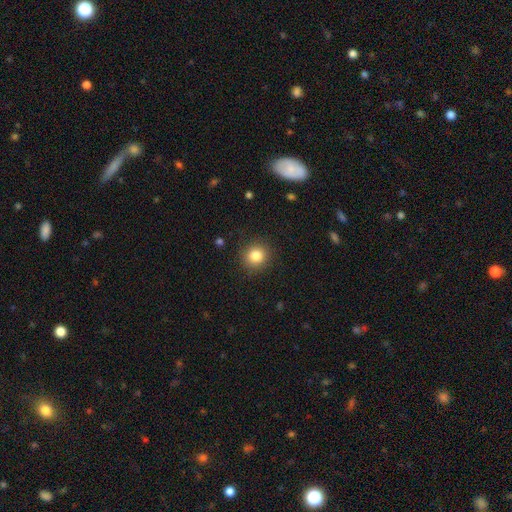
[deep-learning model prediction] Smooth or featured?
  - smooth: 83% *
  - star or artifact: 11%
  - featured or disk: 6%
How rounded?
  - round: 90% *
  - in between: 9%
  - cigar-shaped: 1%
Merging?
  - none: 90% *
  - minor disturbance: 7%
  - major disturbance: 2%
  - merger: 1%